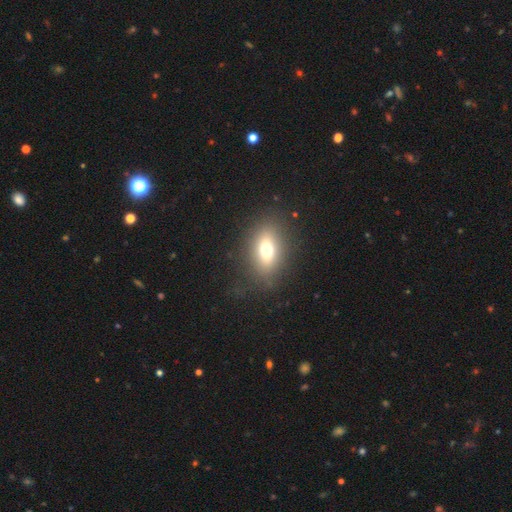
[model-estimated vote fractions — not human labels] A smooth galaxy with no disk features (61%) that is in between round and cigar-shaped (79%).

Vote fractions:
- Smooth or featured? smooth: 61% / star or artifact: 23% / featured or disk: 16%
- How rounded? in between: 79% / round: 16% / cigar-shaped: 4%
- Merging? none: 87% / minor disturbance: 8% / major disturbance: 3% / merger: 2%